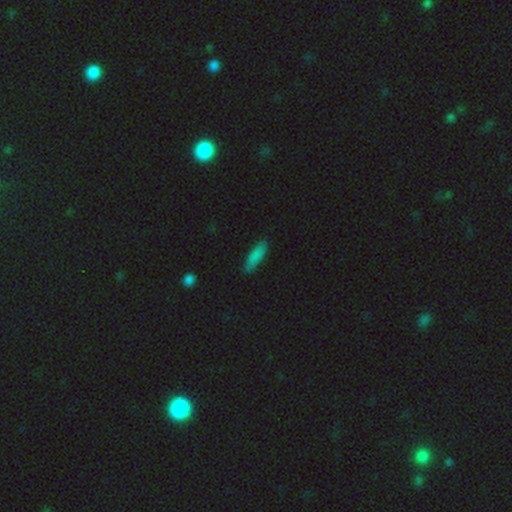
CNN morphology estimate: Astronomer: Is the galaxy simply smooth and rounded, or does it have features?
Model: smooth — 82%.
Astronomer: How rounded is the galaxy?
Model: cigar-shaped — 60% (runner-up: in between, 38%).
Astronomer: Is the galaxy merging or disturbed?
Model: none — 81%.